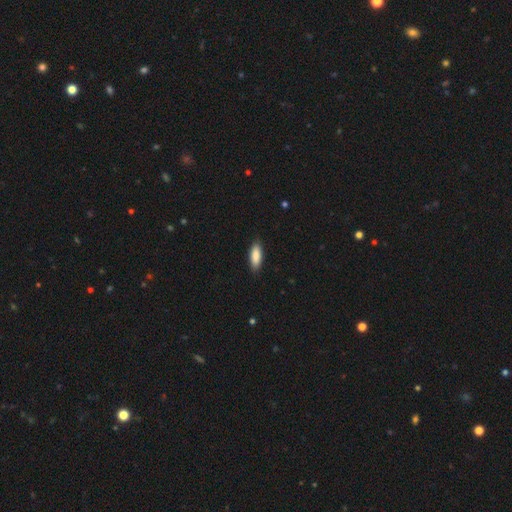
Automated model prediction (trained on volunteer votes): A smooth galaxy with no disk features (88%) that is in between round and cigar-shaped (69%). Merging: none (87%).